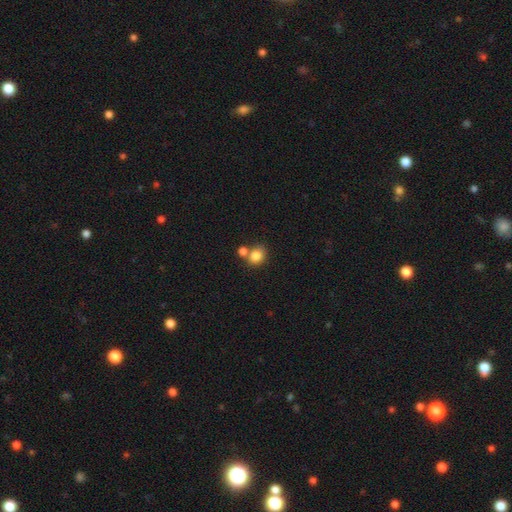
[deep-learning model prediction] Q: Smooth or featured?
A: smooth (84%); runner-up: star or artifact (10%)
Q: How rounded?
A: round (68%); runner-up: in between (31%)
Q: Merging?
A: none (54%); runner-up: merger (32%)